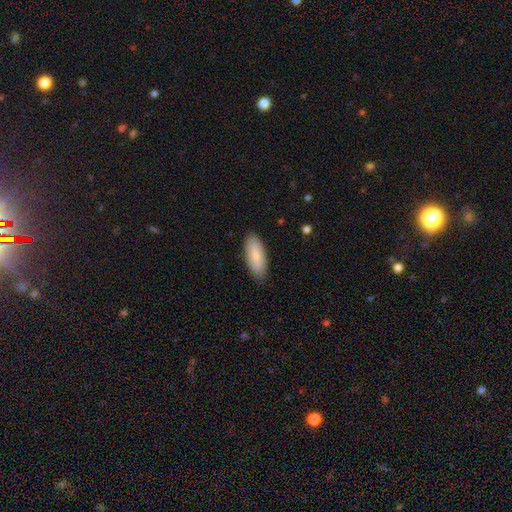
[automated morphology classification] Q: Smooth or featured?
A: smooth (82%); runner-up: featured or disk (12%)
Q: How rounded?
A: in between (78%); runner-up: cigar-shaped (20%)
Q: Merging?
A: none (87%); runner-up: minor disturbance (11%)